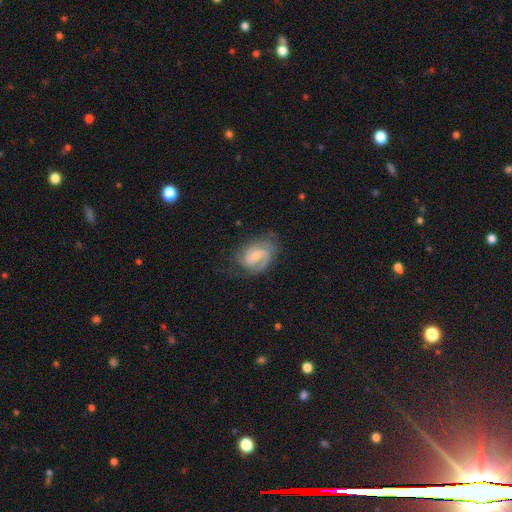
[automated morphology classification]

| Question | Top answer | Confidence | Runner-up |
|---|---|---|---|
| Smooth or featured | featured or disk | 84% | smooth (10%) |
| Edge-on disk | no | 98% | yes (2%) |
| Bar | weak | 50% | no (39%) |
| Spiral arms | yes | 97% | no (3%) |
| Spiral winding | medium | 45% | tight (42%) |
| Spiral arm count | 2 | 62% | 3 (14%) |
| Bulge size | small | 58% | moderate (34%) |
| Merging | none | 68% | minor disturbance (20%) |